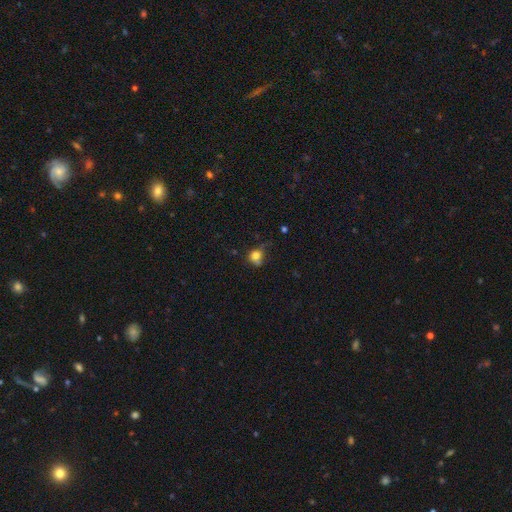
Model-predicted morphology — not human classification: Q: Smooth or featured?
A: smooth (78%); runner-up: star or artifact (12%)
Q: How rounded?
A: round (76%); runner-up: in between (23%)
Q: Merging?
A: none (50%); runner-up: minor disturbance (30%)